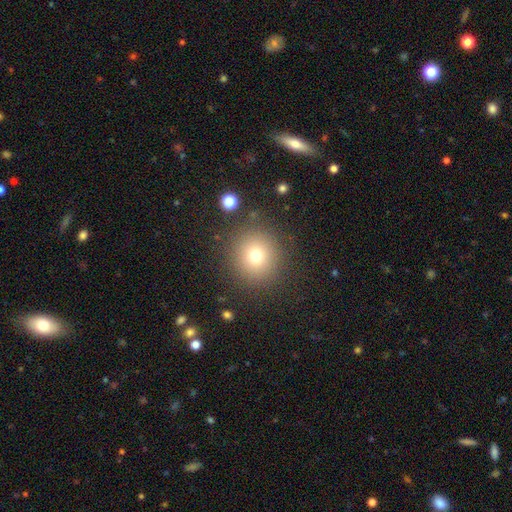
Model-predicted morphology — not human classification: smooth-or-featured: smooth: 74% | star or artifact: 16% | featured or disk: 10%
  how-rounded: round: 92% | in between: 7% | cigar-shaped: 1%
  merging: none: 87% | minor disturbance: 7% | major disturbance: 4% | merger: 2%